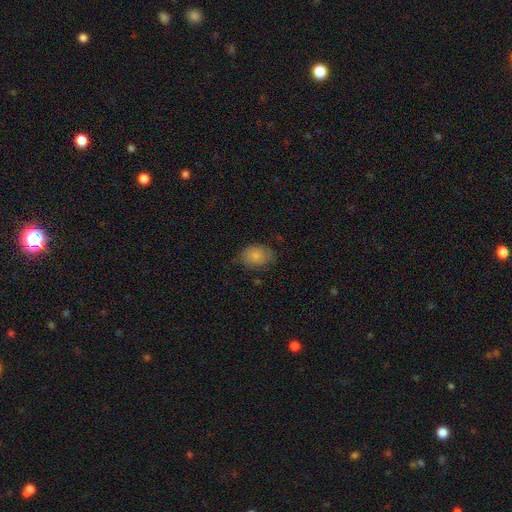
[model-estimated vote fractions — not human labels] This is clearly a smooth galaxy (82%). How rounded: likely in between (73%). Merging: likely none (67%).